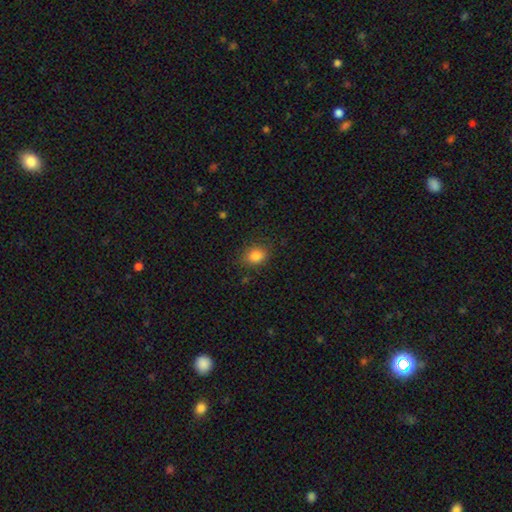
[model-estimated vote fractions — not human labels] Overall: smooth (84%). How rounded: round (52%; in between 47%). Merging: none (83%).